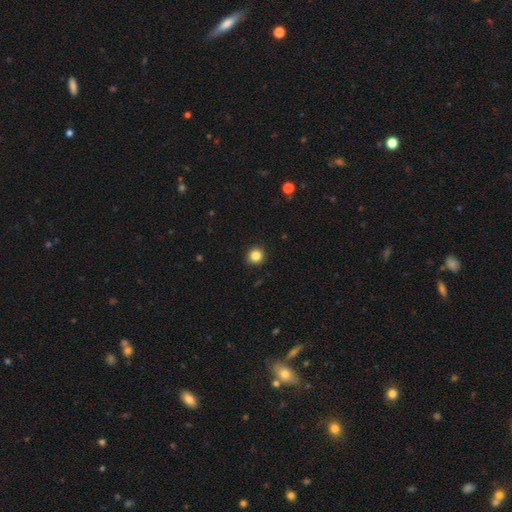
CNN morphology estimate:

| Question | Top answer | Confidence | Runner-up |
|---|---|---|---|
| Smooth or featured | smooth | 85% | star or artifact (11%) |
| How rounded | round | 92% | in between (7%) |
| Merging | none | 92% | minor disturbance (5%) |